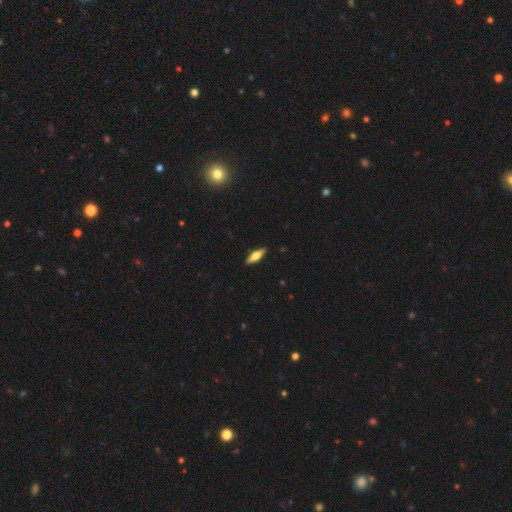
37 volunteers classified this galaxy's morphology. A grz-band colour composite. It shows a smooth galaxy with no disk features (57%) that is in between round and cigar-shaped (57%). Merging: none (94%).